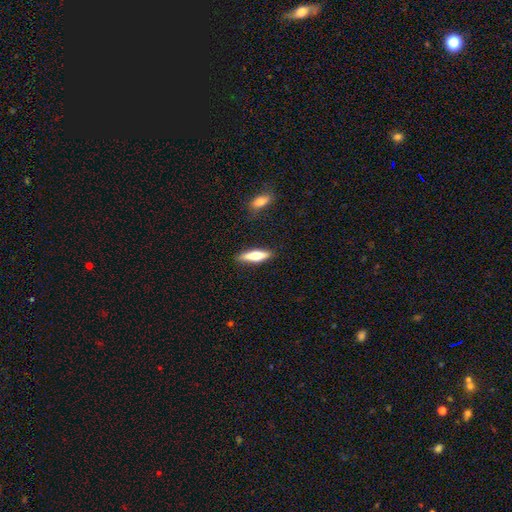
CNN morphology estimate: smooth-or-featured: smooth: 64% | featured or disk: 30% | star or artifact: 6%
  how-rounded: cigar-shaped: 67% | in between: 31% | round: 2%
  merging: none: 85% | minor disturbance: 10% | merger: 3% | major disturbance: 2%